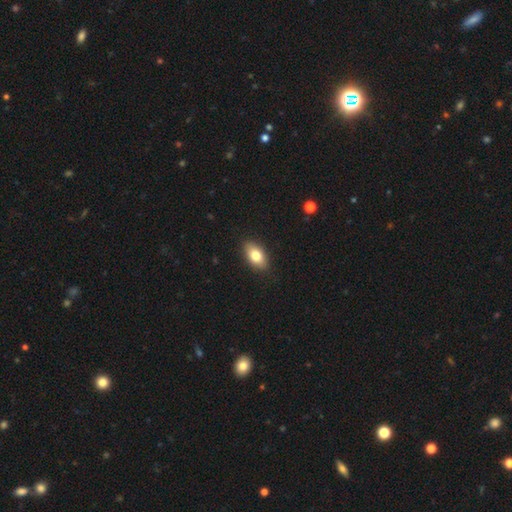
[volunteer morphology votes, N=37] smooth_or_featured: smooth (p=0.81) [alt: featured or disk p=0.11]
how_rounded: in between (p=0.93) [alt: round p=0.03]
merging: none (p=0.82) [alt: minor disturbance p=0.15]